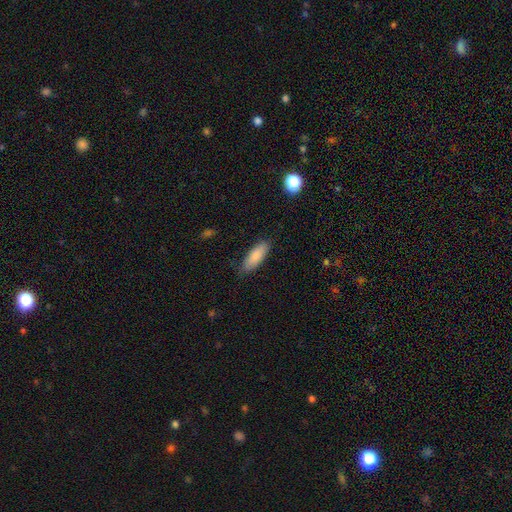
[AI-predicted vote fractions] This is clearly a smooth galaxy (86%). How rounded: likely in between (67%). Merging: clearly none (81%).